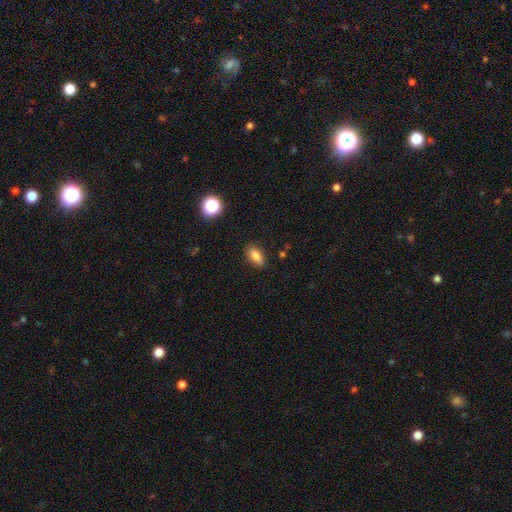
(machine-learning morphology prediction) smooth-or-featured: smooth: 83% | star or artifact: 10% | featured or disk: 7%
  how-rounded: in between: 85% | cigar-shaped: 9% | round: 6%
  merging: none: 85% | minor disturbance: 11% | major disturbance: 2% | merger: 2%